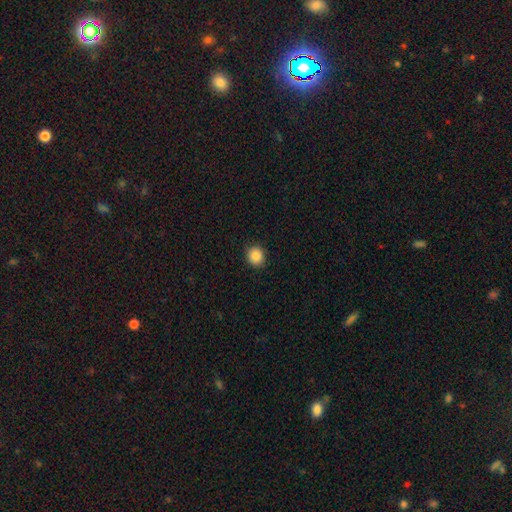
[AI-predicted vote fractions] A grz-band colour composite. It shows a smooth galaxy with no disk features (88%) that is round (79%). Merging: none (89%).